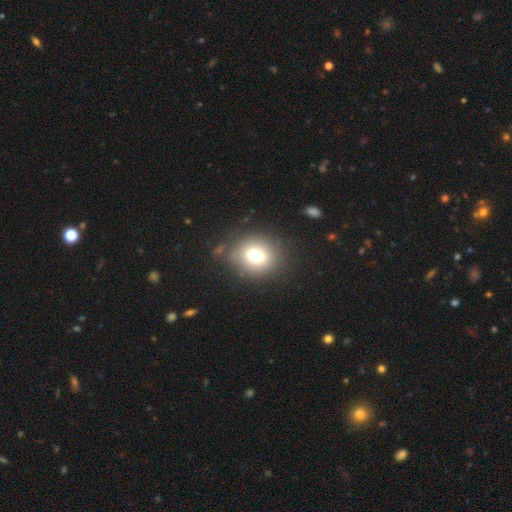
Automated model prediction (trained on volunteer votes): smooth-or-featured: smooth: 76% | featured or disk: 13% | star or artifact: 12%
  how-rounded: round: 69% | in between: 30% | cigar-shaped: 1%
  merging: none: 80% | minor disturbance: 11% | major disturbance: 5% | merger: 3%